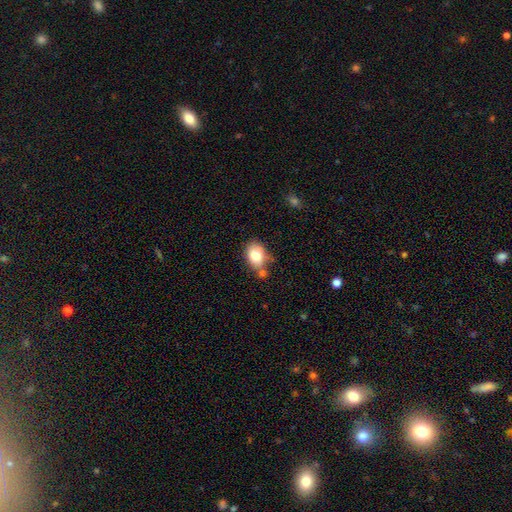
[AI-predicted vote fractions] A smooth galaxy with no disk features (80%) that is in between round and cigar-shaped (74%). Merging: none (61%).